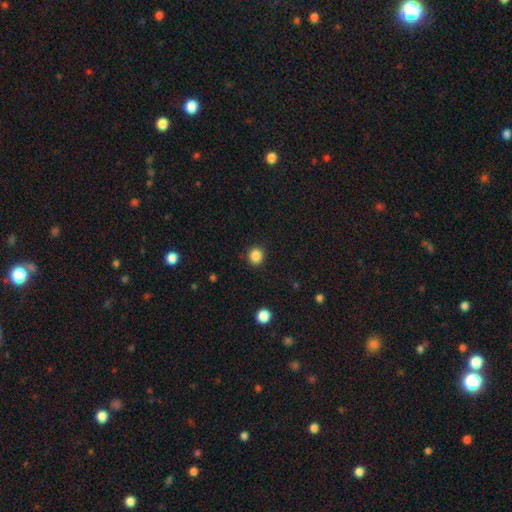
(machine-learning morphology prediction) Smooth or featured?
  - smooth: 87% *
  - star or artifact: 11%
  - featured or disk: 3%
How rounded?
  - round: 87% *
  - in between: 12%
  - cigar-shaped: 1%
Merging?
  - none: 90% *
  - minor disturbance: 6%
  - major disturbance: 2%
  - merger: 1%